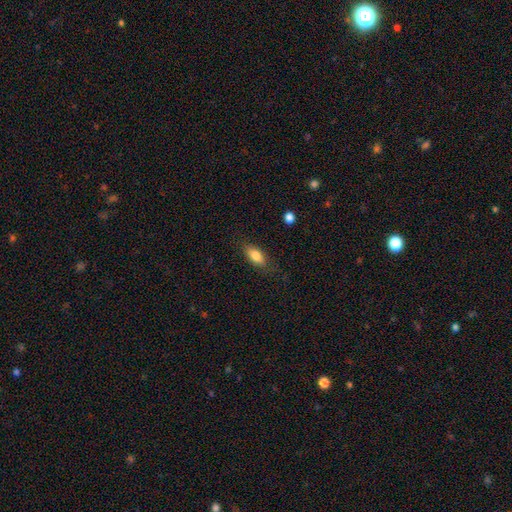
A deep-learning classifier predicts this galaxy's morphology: Smooth or featured? Predicted: smooth (p=0.81). How rounded? Predicted: in between (p=0.85). Merging? Predicted: none (p=0.79).